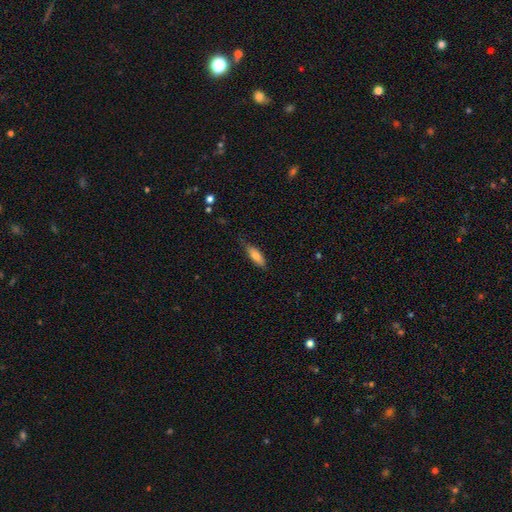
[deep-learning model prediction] A smooth galaxy with no disk features (76%) that is in between round and cigar-shaped (59%).

Vote fractions:
- Smooth or featured? smooth: 76% / featured or disk: 18% / star or artifact: 6%
- How rounded? in between: 59% / cigar-shaped: 39% / round: 2%
- Merging? none: 69% / minor disturbance: 25% / major disturbance: 4% / merger: 1%